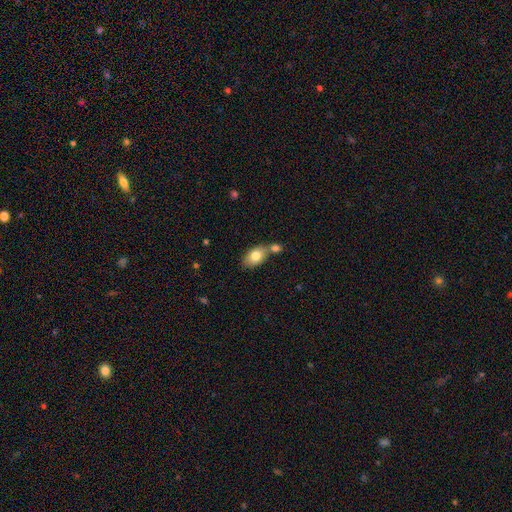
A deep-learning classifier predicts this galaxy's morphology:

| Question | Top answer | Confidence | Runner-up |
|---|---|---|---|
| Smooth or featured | smooth | 79% | featured or disk (14%) |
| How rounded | in between | 87% | round (11%) |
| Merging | none | 45% | merger (38%) |